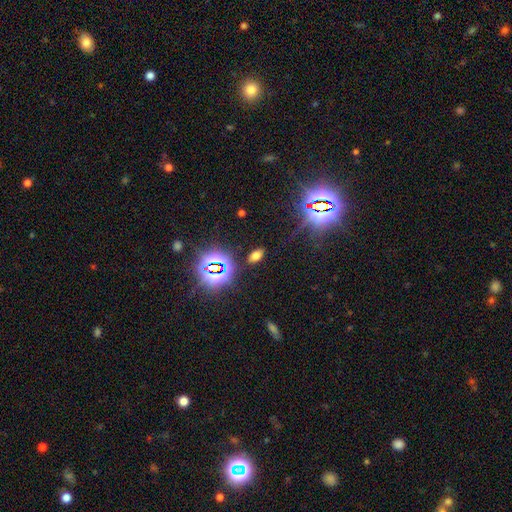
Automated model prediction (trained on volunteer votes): This is possibly a smooth galaxy (58%). How rounded: clearly in between (88%). Merging: clearly none (87%).